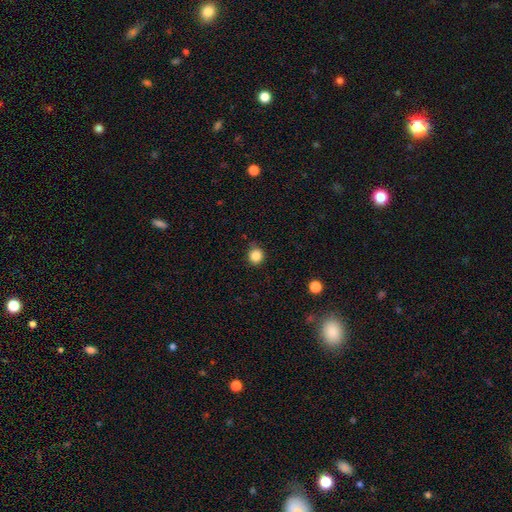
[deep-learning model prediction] Smooth or featured? Predicted: smooth (p=0.85). How rounded? Predicted: round (p=0.91). Merging? Predicted: none (p=0.82).